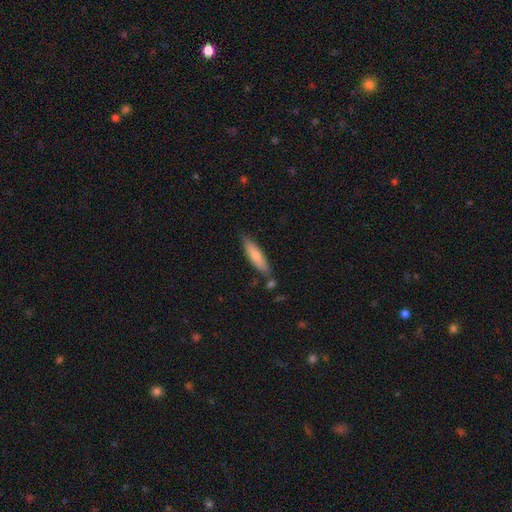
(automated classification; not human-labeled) Smooth or featured? Predicted: smooth (p=0.75). How rounded? Predicted: cigar-shaped (p=0.74). Merging? Predicted: none (p=0.76).